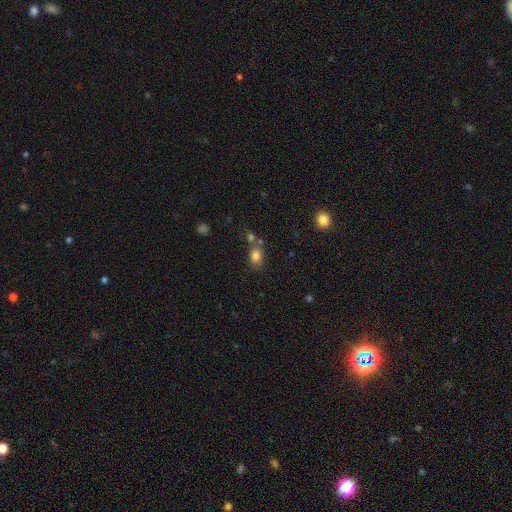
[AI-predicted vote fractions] Smooth or featured: smooth — 80% (star or artifact — 12%)
How rounded: in between — 55% (round — 43%)
Merging: none — 54% (merger — 28%)